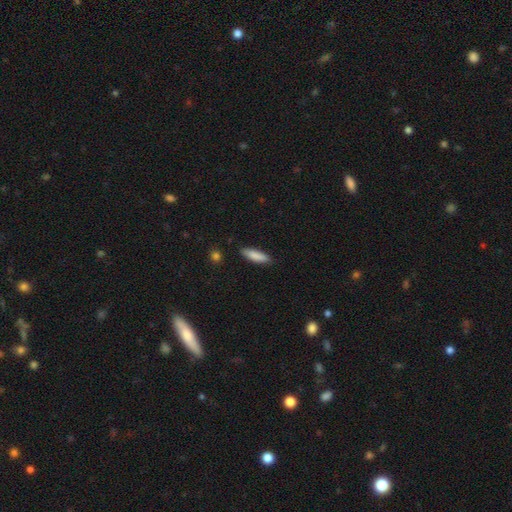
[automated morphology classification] Q: Smooth or featured?
A: smooth (85%); runner-up: featured or disk (9%)
Q: How rounded?
A: cigar-shaped (65%); runner-up: in between (33%)
Q: Merging?
A: none (86%); runner-up: minor disturbance (11%)